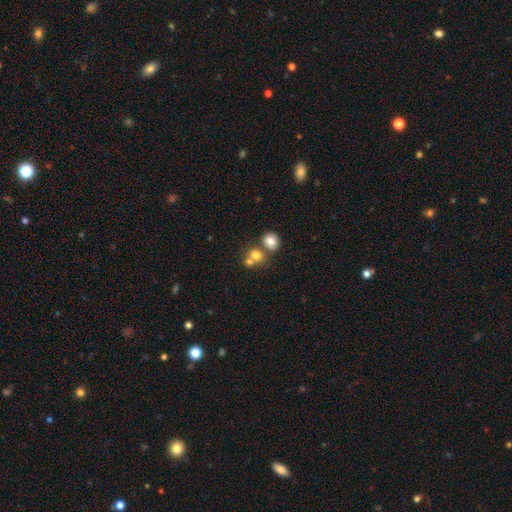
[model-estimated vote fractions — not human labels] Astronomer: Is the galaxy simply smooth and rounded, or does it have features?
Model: smooth — 75%.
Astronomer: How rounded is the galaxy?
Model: round — 75%.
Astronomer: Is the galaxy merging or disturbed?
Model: merger — 48% (runner-up: none, 42%).